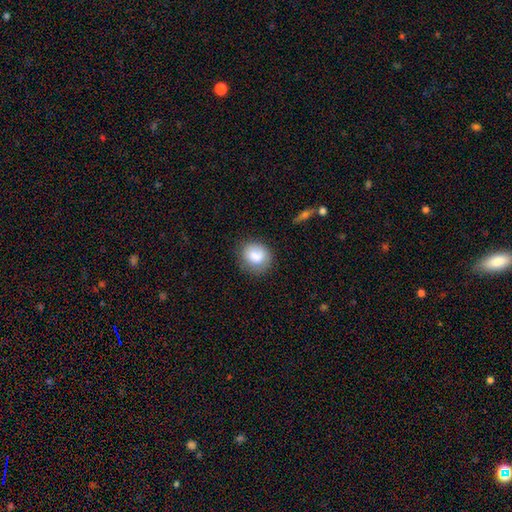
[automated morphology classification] smooth_or_featured: smooth (p=0.82) [alt: featured or disk p=0.11]
how_rounded: round (p=0.72) [alt: in between p=0.28]
merging: none (p=0.73) [alt: minor disturbance p=0.19]